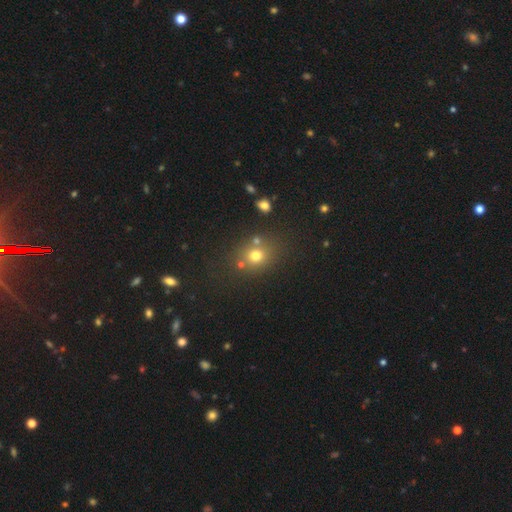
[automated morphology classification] Smooth or featured? smooth (71%)
How rounded? round (73%)
Merging? none (69%)